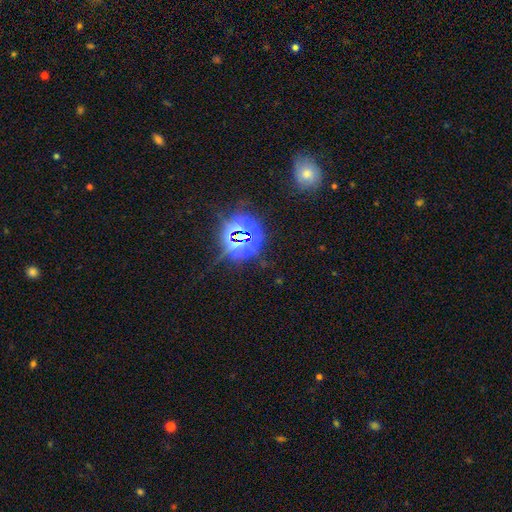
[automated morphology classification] star or artifact 79%, smooth 13%, featured or disk 8%.